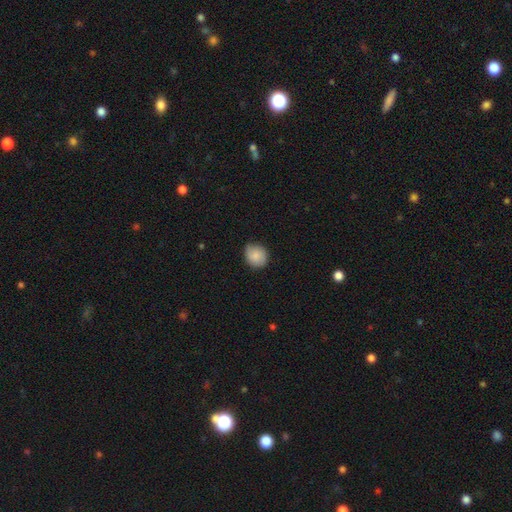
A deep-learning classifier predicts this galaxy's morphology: type=smooth (84%); roundness=round (77%); merging=none (77%).